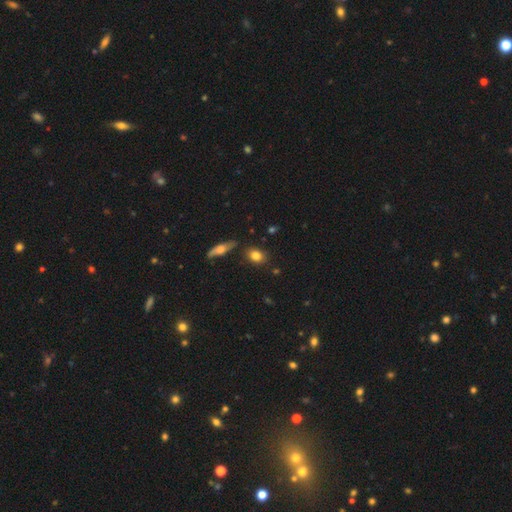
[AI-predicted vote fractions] Morphology: type=smooth (81%); roundness=in between (64%); merging=none (80%).